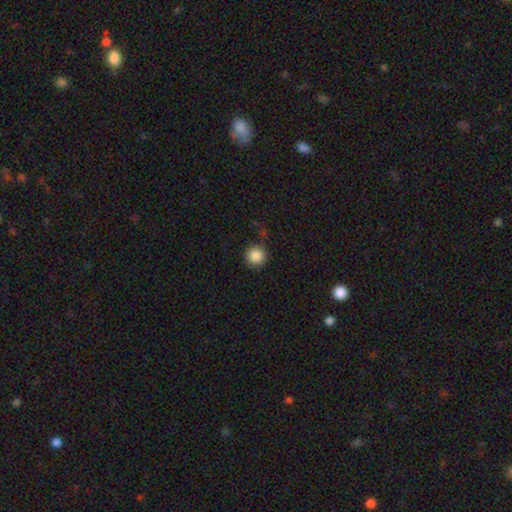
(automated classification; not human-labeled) Smooth or featured? smooth (87%)
How rounded? round (94%)
Merging? none (86%)